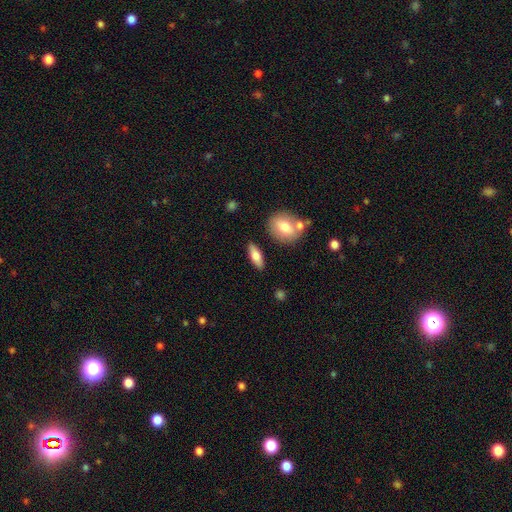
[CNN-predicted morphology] type=smooth (72%); roundness=in between (64%); merging=none (83%).